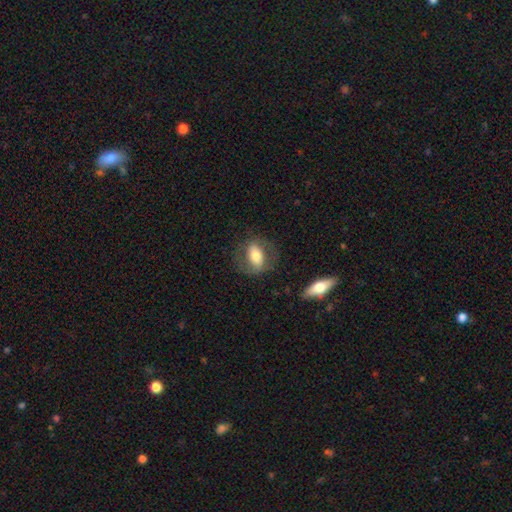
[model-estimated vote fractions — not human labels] Smooth or featured? Predicted: smooth (p=0.52). How rounded? Predicted: in between (p=0.79). Merging? Predicted: none (p=0.70).